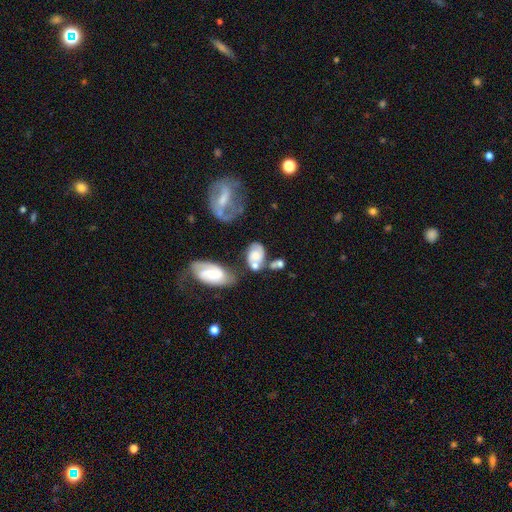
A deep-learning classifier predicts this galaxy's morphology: Smooth or featured?
  - featured or disk: 46% *
  - smooth: 45%
  - star or artifact: 10%
Merging?
  - none: 36% *
  - merger: 31%
  - minor disturbance: 20%
  - major disturbance: 13%